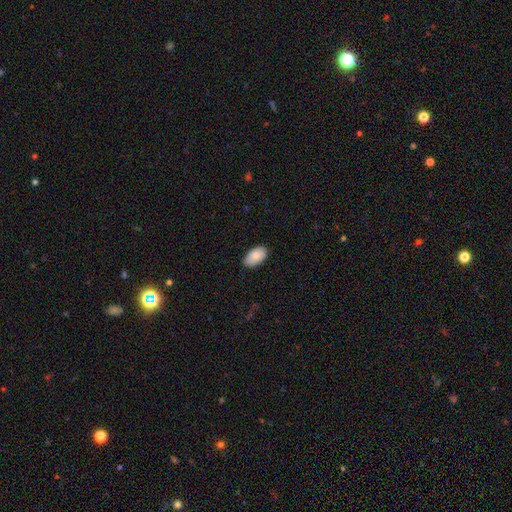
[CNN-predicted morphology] smooth 87%, featured or disk 7%, star or artifact 6%. Down the decision tree: how rounded — in between (95%); merging — none (81%).